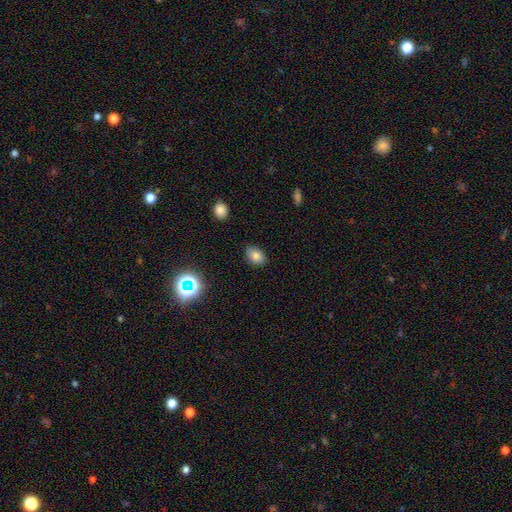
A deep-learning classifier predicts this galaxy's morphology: smooth-or-featured: smooth: 79% | star or artifact: 13% | featured or disk: 8%
  how-rounded: in between: 75% | round: 23% | cigar-shaped: 1%
  merging: none: 84% | minor disturbance: 12% | major disturbance: 3% | merger: 2%